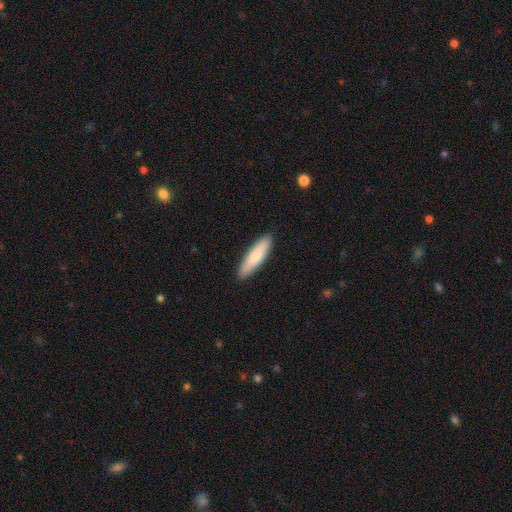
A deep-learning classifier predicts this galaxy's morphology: Smooth or featured?
  - smooth: 82% *
  - featured or disk: 13%
  - star or artifact: 5%
How rounded?
  - cigar-shaped: 72% *
  - in between: 27%
  - round: 1%
Merging?
  - none: 89% *
  - minor disturbance: 8%
  - major disturbance: 1%
  - merger: 1%